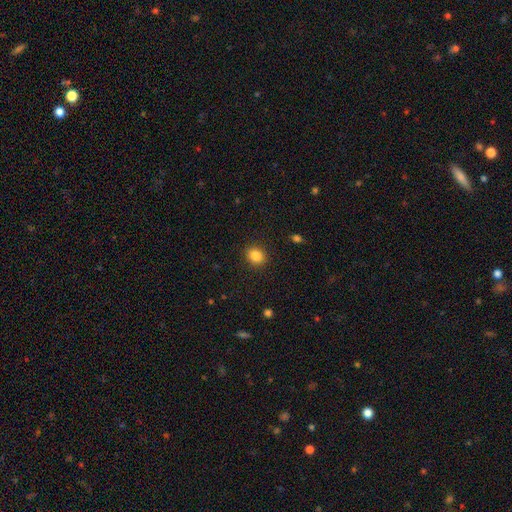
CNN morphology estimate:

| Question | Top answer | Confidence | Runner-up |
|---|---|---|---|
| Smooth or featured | smooth | 85% | star or artifact (10%) |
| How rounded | round | 63% | in between (36%) |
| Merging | none | 90% | minor disturbance (7%) |